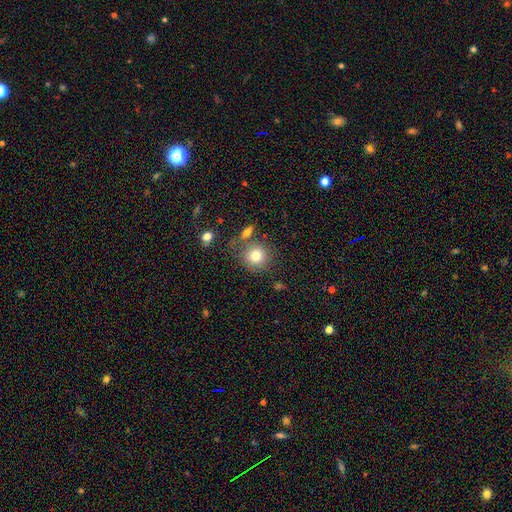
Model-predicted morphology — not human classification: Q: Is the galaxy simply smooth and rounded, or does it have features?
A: smooth — 80%.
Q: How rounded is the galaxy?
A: round — 90%.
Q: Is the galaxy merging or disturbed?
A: none — 73%.